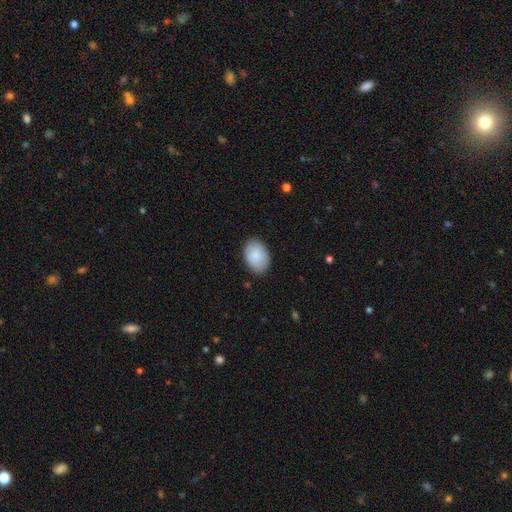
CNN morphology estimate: smooth-or-featured: smooth: 88% | featured or disk: 6% | star or artifact: 6%
  how-rounded: in between: 86% | round: 13% | cigar-shaped: 1%
  merging: none: 84% | minor disturbance: 12% | major disturbance: 2% | merger: 1%